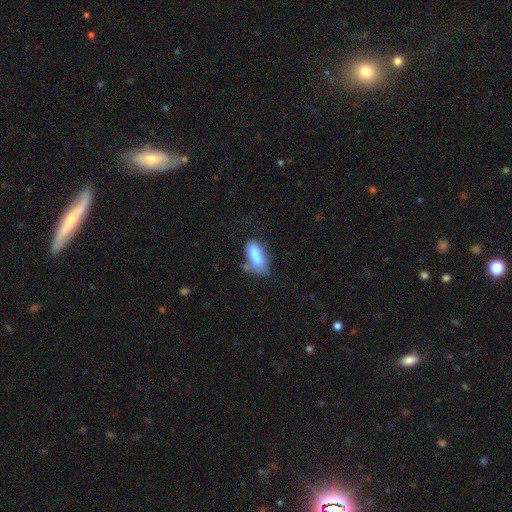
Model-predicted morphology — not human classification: smooth_or_featured: smooth (p=0.79) [alt: featured or disk p=0.14]
how_rounded: in between (p=0.88) [alt: cigar-shaped p=0.09]
merging: none (p=0.35) [tied with: minor disturbance p=0.35]